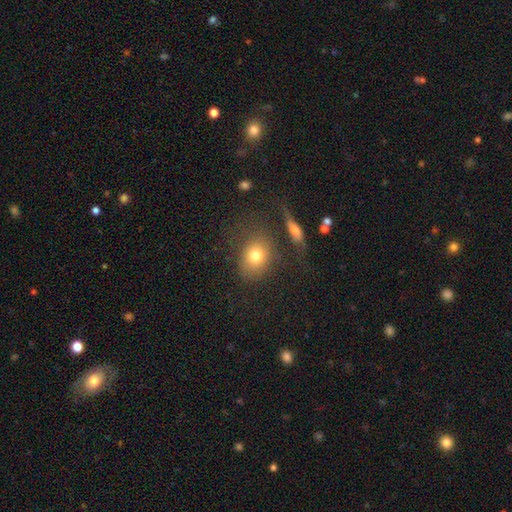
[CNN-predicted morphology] smooth_or_featured: smooth (p=0.76) [alt: featured or disk p=0.12]
how_rounded: round (p=0.49) [tied with: in between p=0.49]
merging: none (p=0.69) [alt: minor disturbance p=0.14]